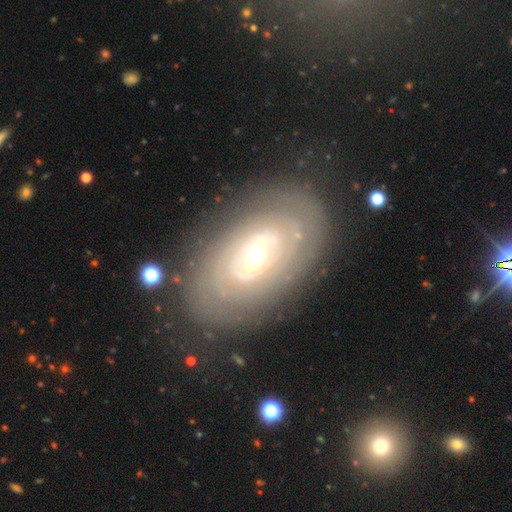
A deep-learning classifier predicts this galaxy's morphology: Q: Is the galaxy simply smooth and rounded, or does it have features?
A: featured or disk — 80%.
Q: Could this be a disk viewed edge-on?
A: no — 93%.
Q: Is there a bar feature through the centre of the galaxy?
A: weak — 45%.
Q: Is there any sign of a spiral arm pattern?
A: yes — 76%.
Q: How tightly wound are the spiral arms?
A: tight — 69%.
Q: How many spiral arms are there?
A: can't tell — 47%.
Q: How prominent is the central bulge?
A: small — 51%.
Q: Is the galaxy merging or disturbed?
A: none — 79%.